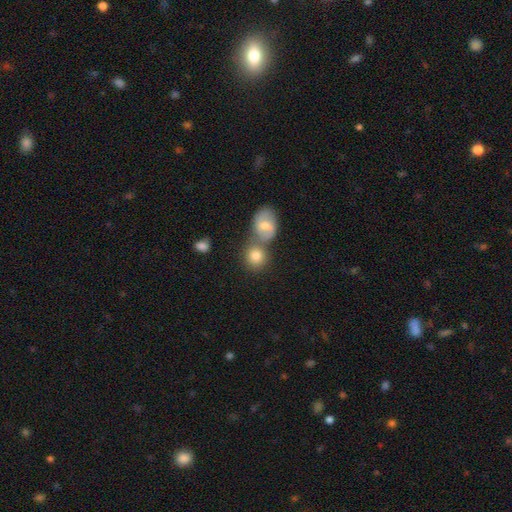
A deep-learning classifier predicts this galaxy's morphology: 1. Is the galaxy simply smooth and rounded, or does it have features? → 79% smooth, 13% featured or disk, 8% star or artifact.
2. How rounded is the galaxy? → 72% round, 26% in between, 1% cigar-shaped.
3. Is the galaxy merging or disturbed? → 44% none (tied), 44% merger (tied), 8% minor disturbance, 3% major disturbance.